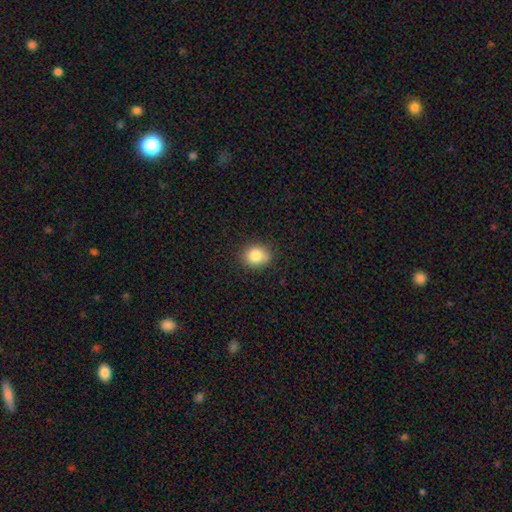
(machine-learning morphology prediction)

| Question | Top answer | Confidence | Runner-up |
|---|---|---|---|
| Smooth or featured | smooth | 84% | star or artifact (10%) |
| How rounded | round | 68% | in between (31%) |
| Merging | none | 84% | minor disturbance (12%) |